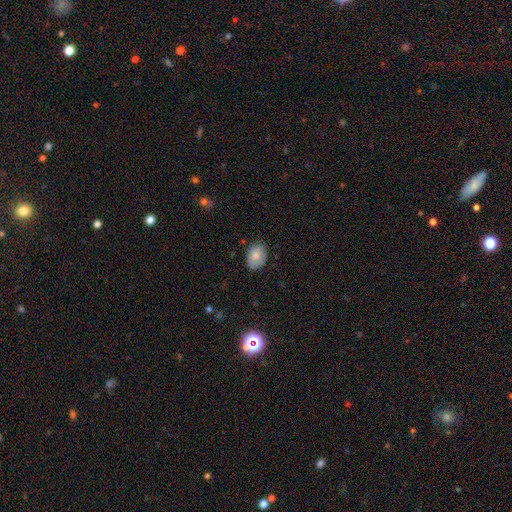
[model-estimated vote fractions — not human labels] Q: Smooth or featured?
A: smooth (78%); runner-up: featured or disk (14%)
Q: How rounded?
A: in between (78%); runner-up: round (21%)
Q: Merging?
A: none (78%); runner-up: minor disturbance (18%)